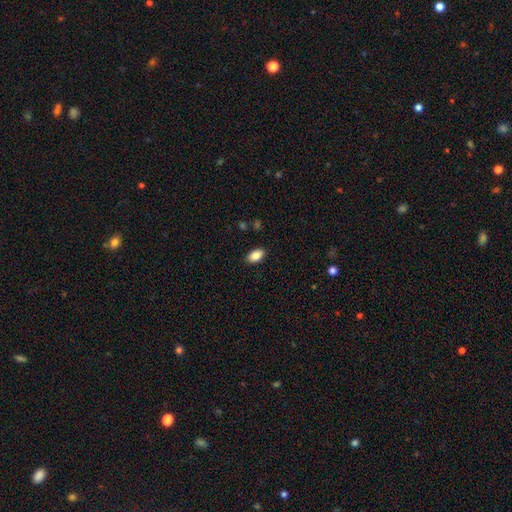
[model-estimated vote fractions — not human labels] Smooth or featured? Predicted: smooth (p=0.87). How rounded? Predicted: in between (p=0.92). Merging? Predicted: none (p=0.88).